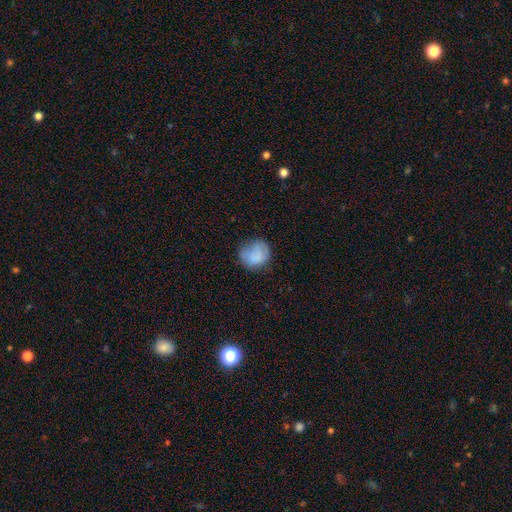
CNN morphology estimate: A smooth galaxy with no disk features (80%) that is round (76%).

Vote fractions:
- Smooth or featured? smooth: 80% / featured or disk: 11% / star or artifact: 8%
- How rounded? round: 76% / in between: 24% / cigar-shaped: 1%
- Merging? none: 59% / minor disturbance: 28% / major disturbance: 11% / merger: 2%